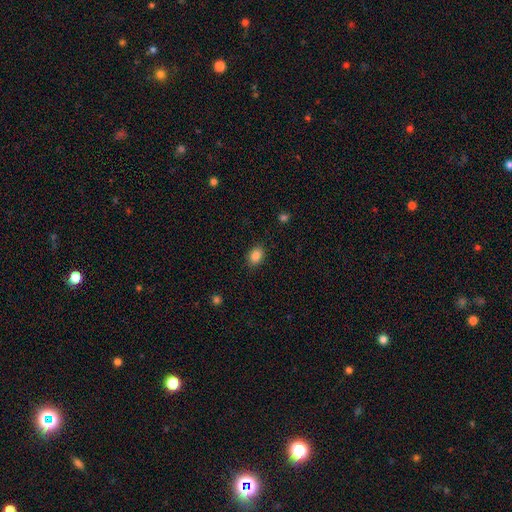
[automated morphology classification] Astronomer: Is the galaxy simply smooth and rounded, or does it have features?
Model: smooth — 86%.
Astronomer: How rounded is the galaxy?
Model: in between — 73%.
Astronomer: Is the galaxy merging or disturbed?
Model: none — 88%.